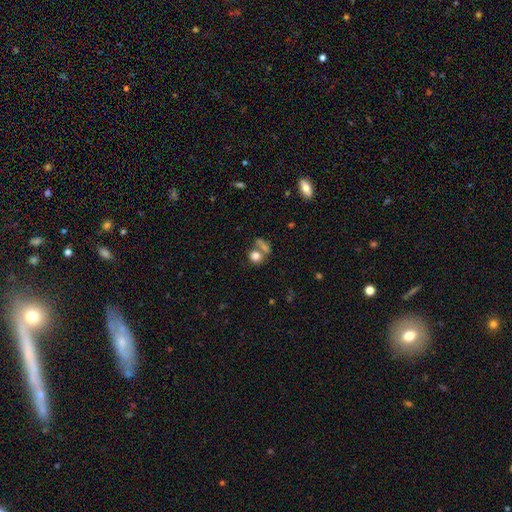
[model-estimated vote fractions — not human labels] Smooth or featured: smooth — 79% (star or artifact — 11%)
How rounded: round — 71% (in between — 26%)
Merging: none — 47% (merger — 37%)